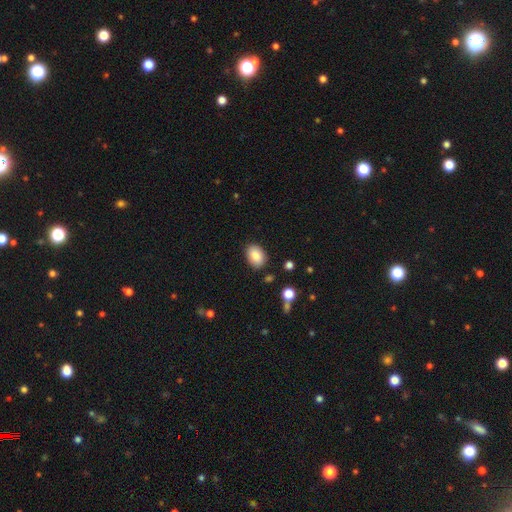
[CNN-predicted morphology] Q: Smooth or featured?
A: smooth (86%); runner-up: star or artifact (8%)
Q: How rounded?
A: in between (81%); runner-up: round (18%)
Q: Merging?
A: none (86%); runner-up: minor disturbance (10%)